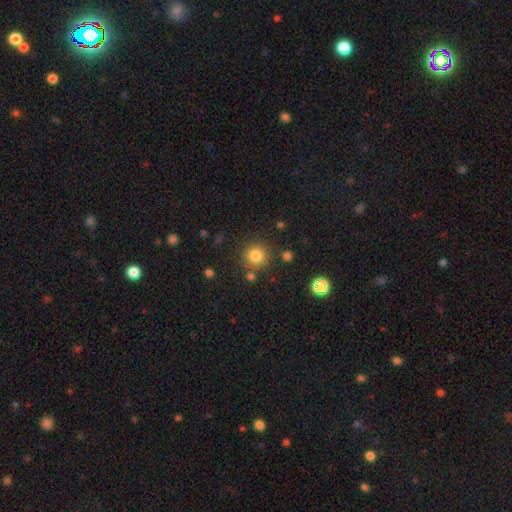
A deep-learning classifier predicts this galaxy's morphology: type=smooth (81%); roundness=round (93%); merging=none (83%).